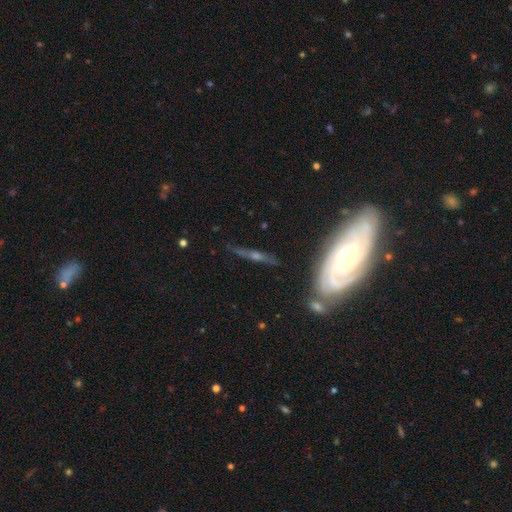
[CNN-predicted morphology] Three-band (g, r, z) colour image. It shows a featured or disk galaxy (73%) viewed edge-on (52%). Merging: none (68%).